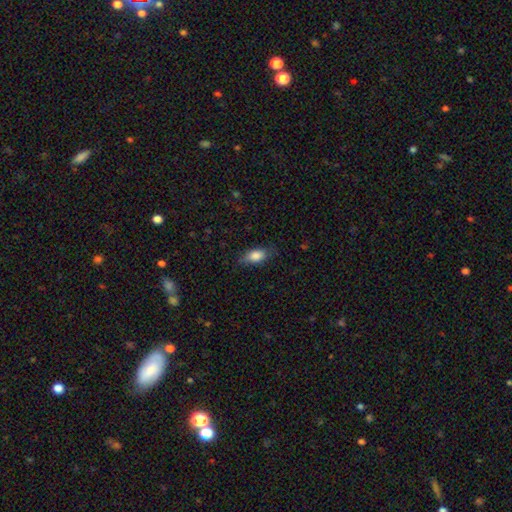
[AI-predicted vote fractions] smooth 83%, featured or disk 10%, star or artifact 7%. Down the decision tree: how rounded — in between (85%); merging — none (74%).